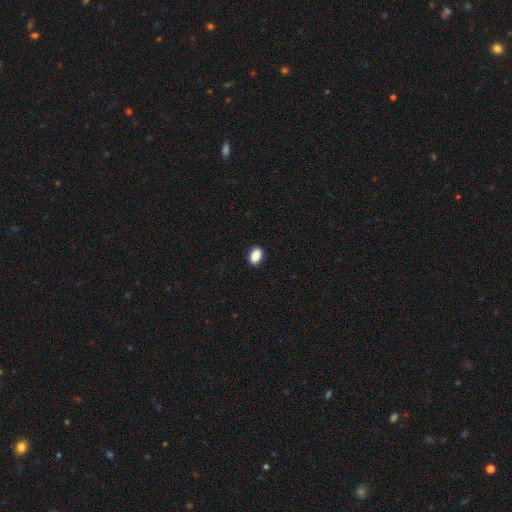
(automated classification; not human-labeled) Overall: smooth (89%). How rounded: in between (88%). Merging: none (91%).